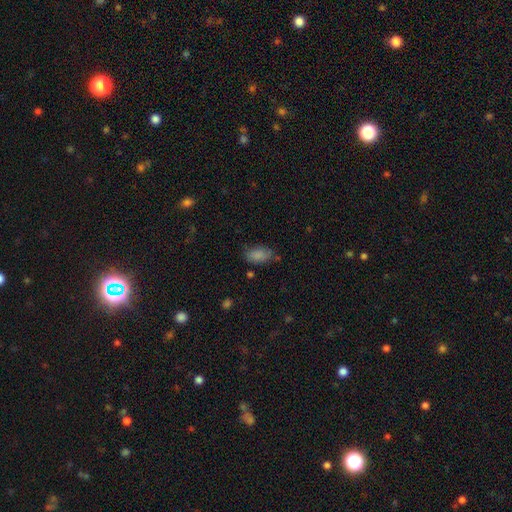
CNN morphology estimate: A smooth galaxy with no disk features (75%) that is in between round and cigar-shaped (89%).

Vote fractions:
- Smooth or featured? smooth: 75% / star or artifact: 15% / featured or disk: 9%
- How rounded? in between: 89% / round: 8% / cigar-shaped: 3%
- Merging? none: 72% / minor disturbance: 20% / major disturbance: 6% / merger: 3%